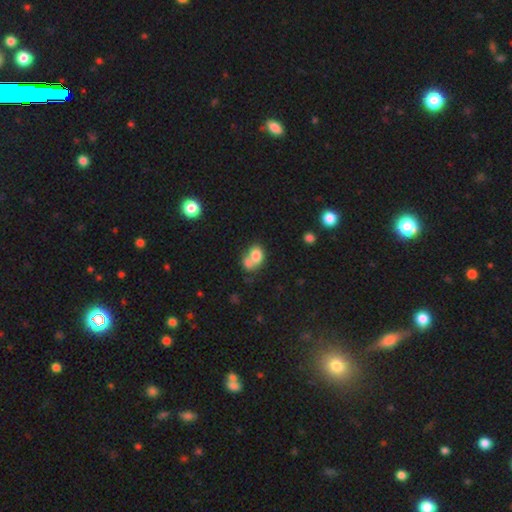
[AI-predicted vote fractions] Smooth or featured: smooth — 77% (featured or disk — 14%)
How rounded: in between — 56% (round — 43%)
Merging: merger — 63% (none — 24%)